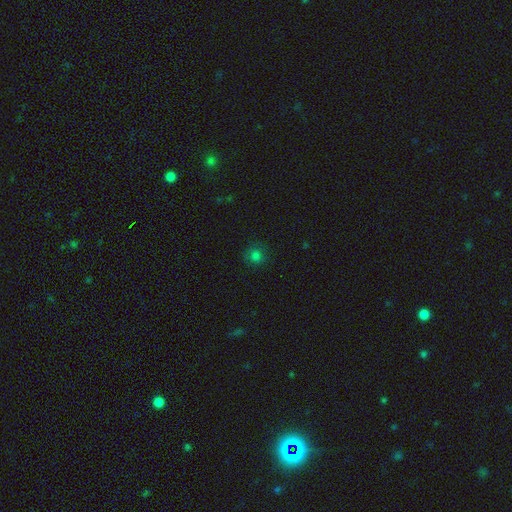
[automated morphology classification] type=smooth (75%); roundness=round (89%); merging=none (84%).